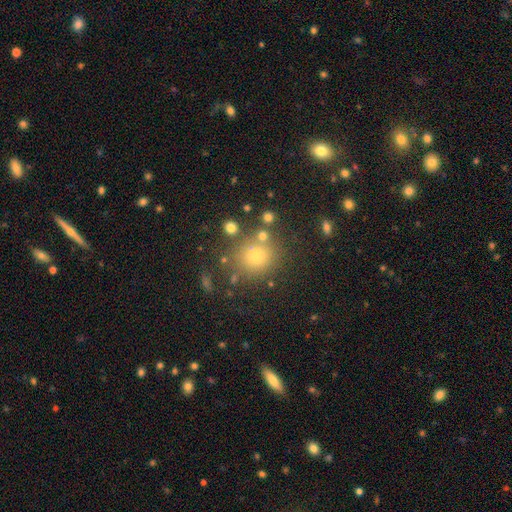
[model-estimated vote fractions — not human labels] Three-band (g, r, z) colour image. It shows a smooth galaxy with no disk features (73%) that is round (86%). Merging: none (78%).